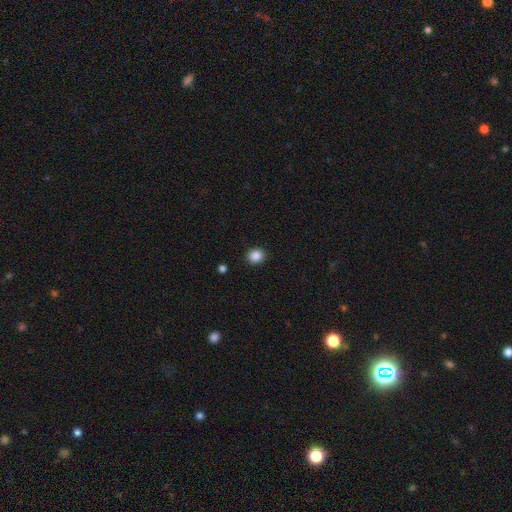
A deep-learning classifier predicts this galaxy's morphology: smooth-or-featured: smooth: 87% | star or artifact: 10% | featured or disk: 3%
  how-rounded: round: 80% | in between: 19% | cigar-shaped: 1%
  merging: none: 90% | minor disturbance: 6% | major disturbance: 2% | merger: 1%